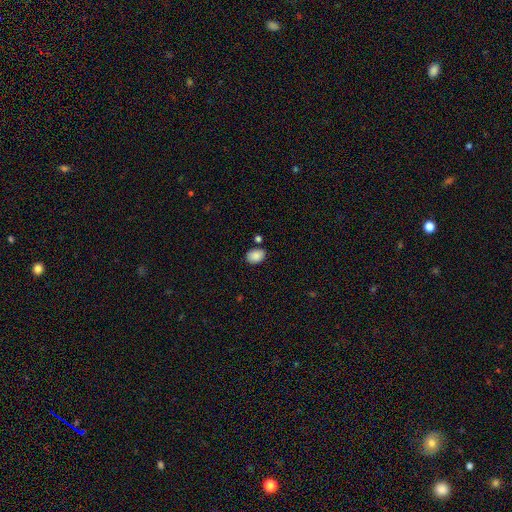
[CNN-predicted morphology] Overall: smooth (88%). How rounded: in between (73%). Merging: none (77%).